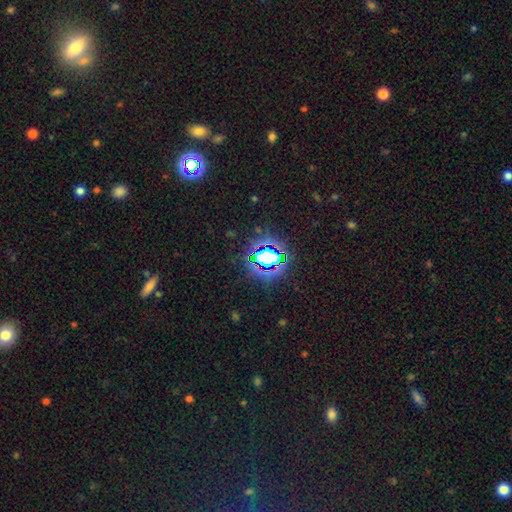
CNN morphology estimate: Smooth or featured?
  - star or artifact: 78% *
  - smooth: 15%
  - featured or disk: 7%